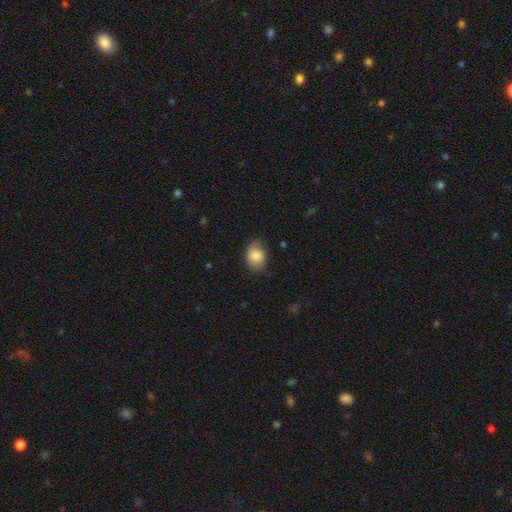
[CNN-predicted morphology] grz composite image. It shows a smooth galaxy with no disk features (82%) that is in between round and cigar-shaped (66%). Merging: none (70%).